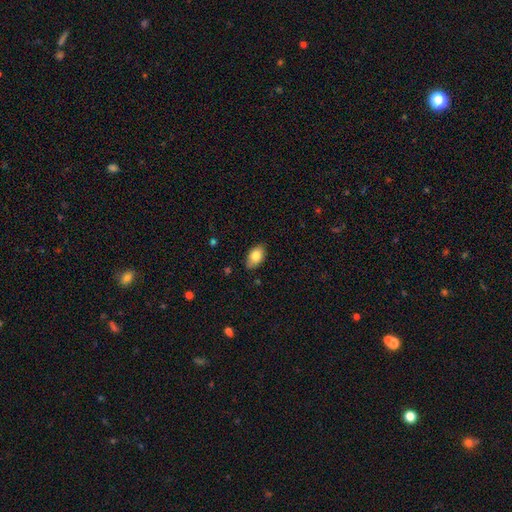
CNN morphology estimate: Q: Smooth or featured?
A: smooth (81%); runner-up: featured or disk (12%)
Q: How rounded?
A: in between (92%); runner-up: round (6%)
Q: Merging?
A: none (83%); runner-up: minor disturbance (14%)